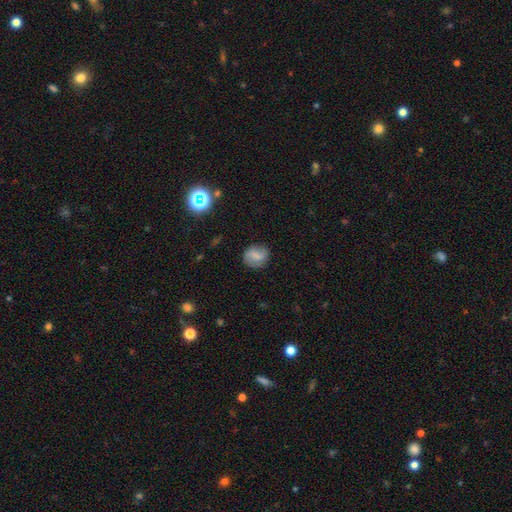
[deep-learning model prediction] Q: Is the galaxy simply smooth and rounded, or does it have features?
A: smooth — 57%.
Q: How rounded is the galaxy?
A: round — 73%.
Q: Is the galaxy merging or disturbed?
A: none — 78%.